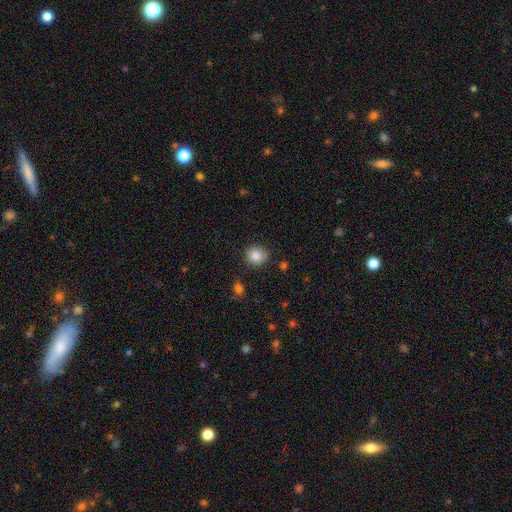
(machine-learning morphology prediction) type=smooth (85%); roundness=round (84%); merging=none (81%).